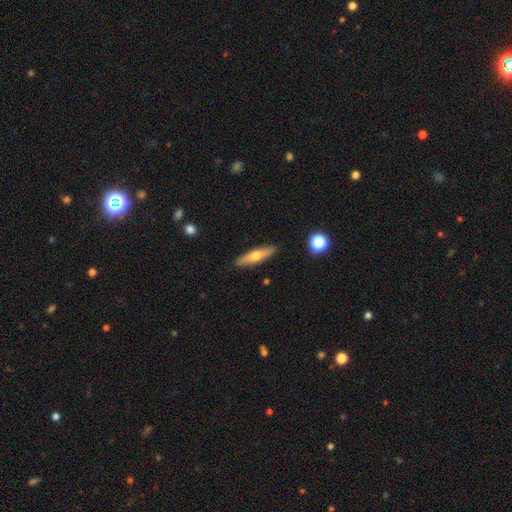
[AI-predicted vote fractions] smooth-or-featured: smooth: 49% | featured or disk: 45% | star or artifact: 6%
  merging: none: 89% | minor disturbance: 8% | major disturbance: 2% | merger: 1%